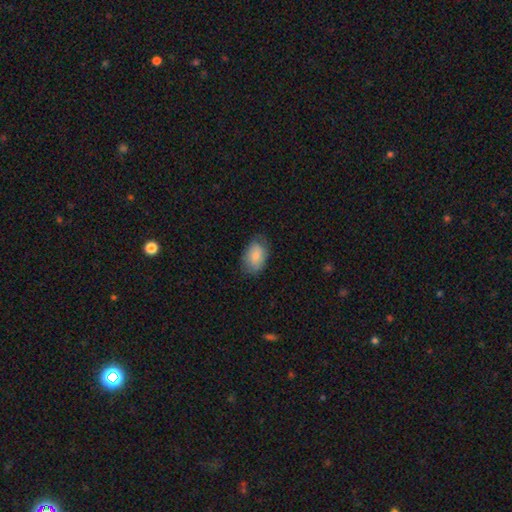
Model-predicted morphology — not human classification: Q: Smooth or featured?
A: smooth (81%); runner-up: featured or disk (12%)
Q: How rounded?
A: in between (89%); runner-up: round (10%)
Q: Merging?
A: none (73%); runner-up: minor disturbance (21%)